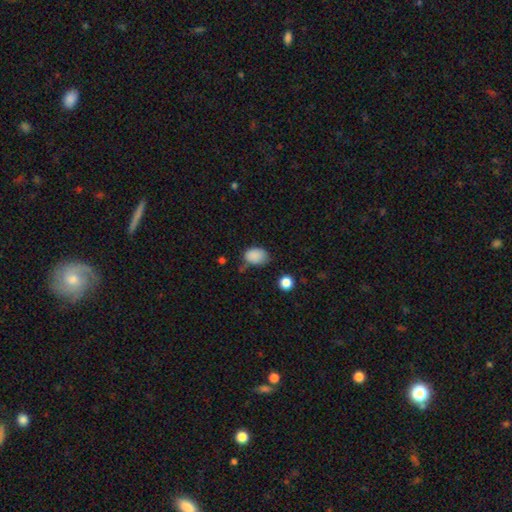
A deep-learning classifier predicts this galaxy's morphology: The model was most divided on "merging": none: 56%, minor disturbance: 32%, major disturbance: 8%, merger: 4%. More confident: smooth or featured — smooth (86%); how rounded — in between (73%).